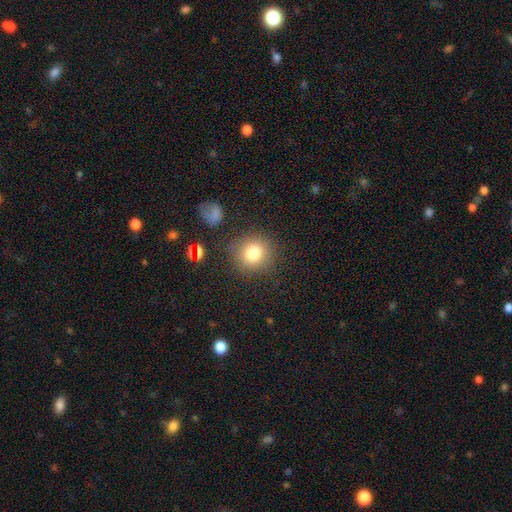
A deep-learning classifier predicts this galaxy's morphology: type=smooth (80%); roundness=round (87%); merging=none (83%).